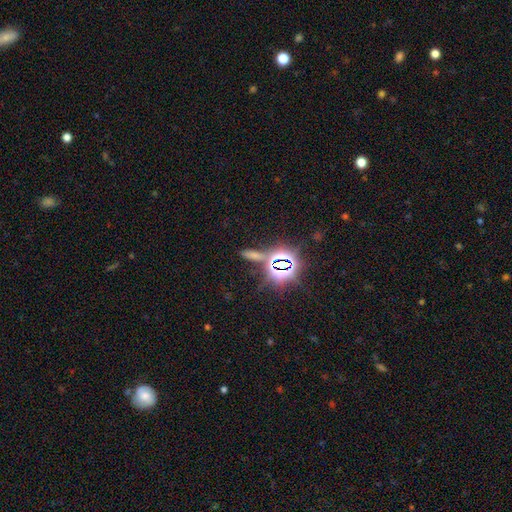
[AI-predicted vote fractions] Q: Smooth or featured?
A: star or artifact (67%); runner-up: smooth (21%)